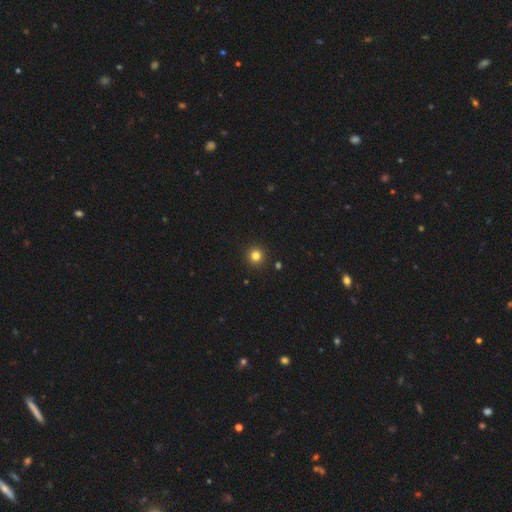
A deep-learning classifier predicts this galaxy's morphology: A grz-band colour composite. It shows a smooth galaxy with no disk features (81%) that is round (95%). Merging: none (92%).